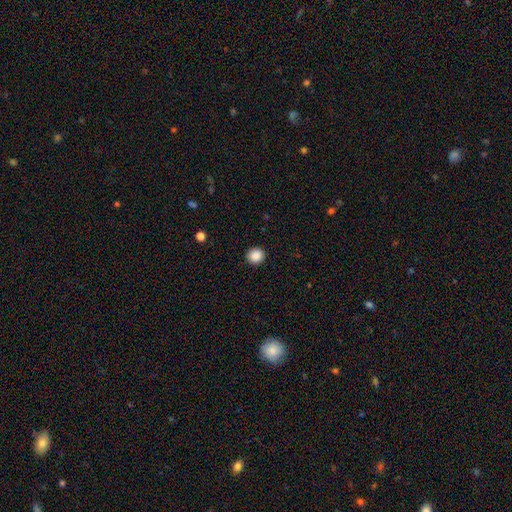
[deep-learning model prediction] Smooth or featured: smooth — 88% (star or artifact — 9%)
How rounded: round — 88% (in between — 11%)
Merging: none — 92% (minor disturbance — 6%)